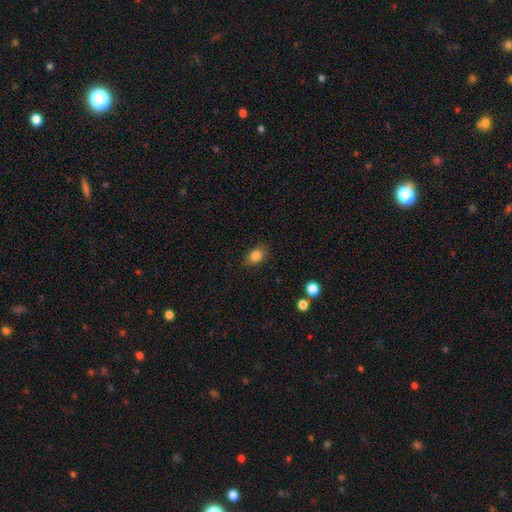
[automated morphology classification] Overall: smooth (84%). How rounded: in between (70%). Merging: none (81%).